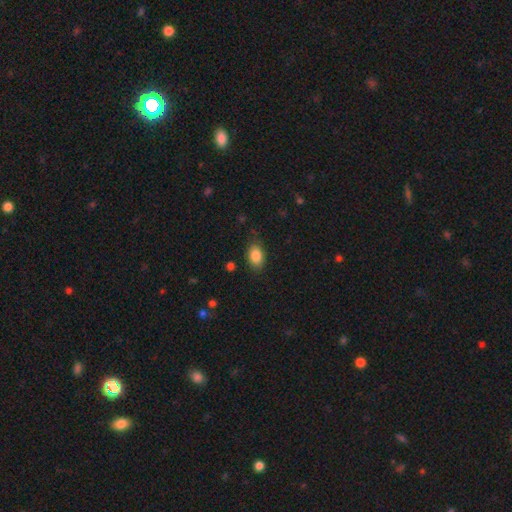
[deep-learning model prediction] Smooth or featured? Predicted: smooth (p=0.86). How rounded? Predicted: in between (p=0.88). Merging? Predicted: none (p=0.80).